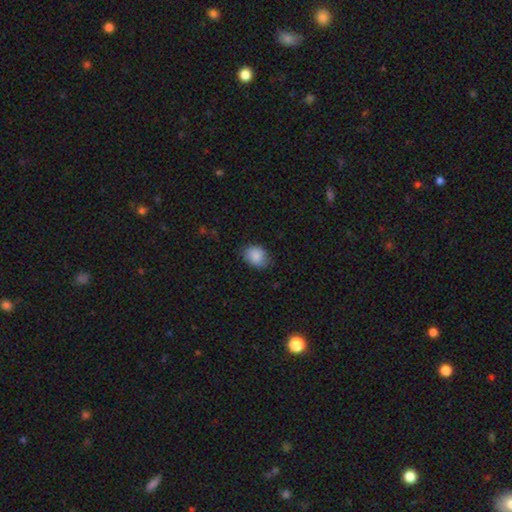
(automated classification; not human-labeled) smooth 88%, star or artifact 8%, featured or disk 4%. Down the decision tree: how rounded — in between (61%); merging — none (80%).